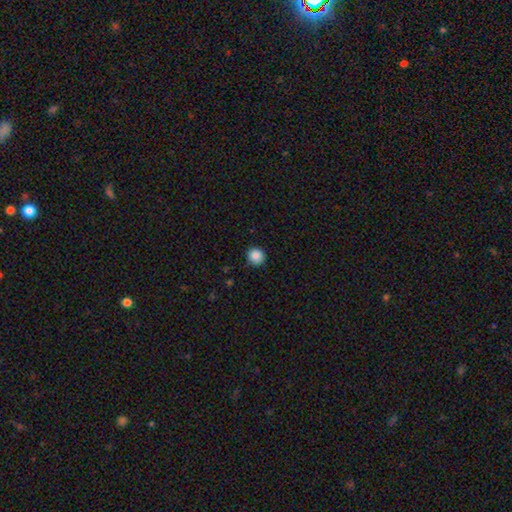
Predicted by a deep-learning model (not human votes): Smooth or featured? Predicted: smooth (p=0.87). How rounded? Predicted: round (p=0.92). Merging? Predicted: none (p=0.89).